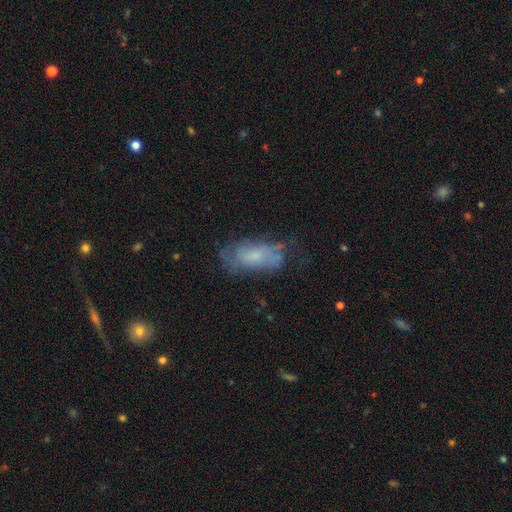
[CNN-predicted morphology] Overall: smooth (47%; featured or disk 43%). Merging: none (51%; minor disturbance 28%).